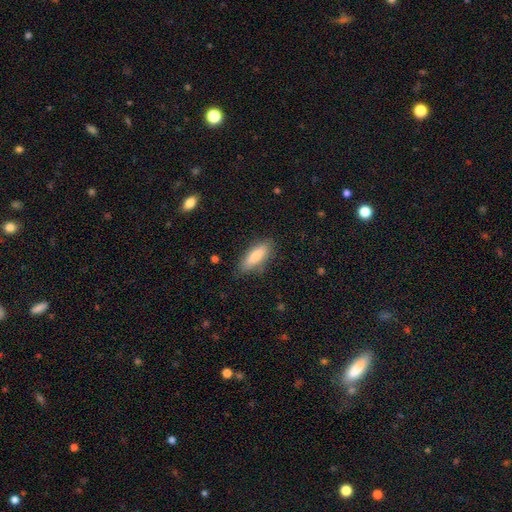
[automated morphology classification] Smooth or featured?
  - smooth: 80% *
  - featured or disk: 14%
  - star or artifact: 6%
How rounded?
  - in between: 56% *
  - cigar-shaped: 42%
  - round: 2%
Merging?
  - none: 83% *
  - minor disturbance: 13%
  - major disturbance: 3%
  - merger: 1%